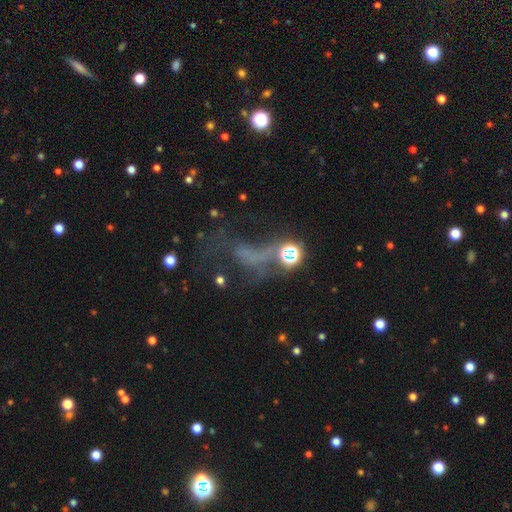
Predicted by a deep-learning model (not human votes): star or artifact 40%, smooth 33%, featured or disk 27%.